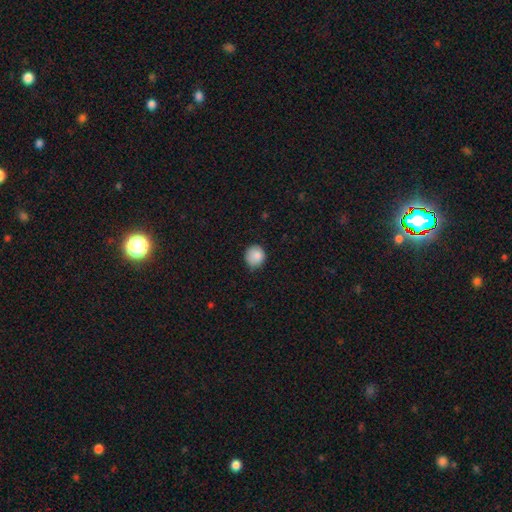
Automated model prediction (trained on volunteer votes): Smooth or featured? Predicted: smooth (p=0.86). How rounded? Predicted: round (p=0.83). Merging? Predicted: none (p=0.76).